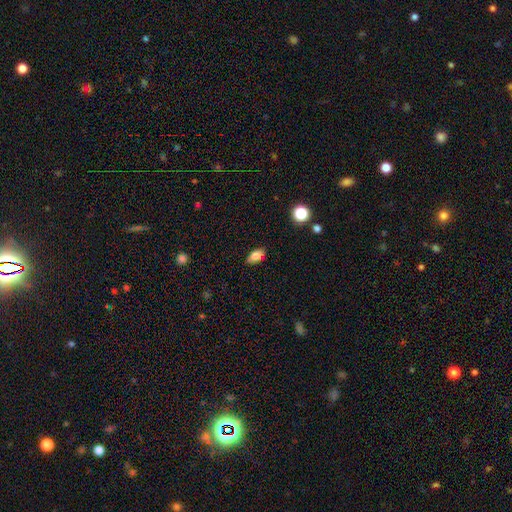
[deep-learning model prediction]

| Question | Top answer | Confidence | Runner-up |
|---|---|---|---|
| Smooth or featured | smooth | 82% | featured or disk (10%) |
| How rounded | in between | 89% | round (6%) |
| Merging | none | 86% | minor disturbance (11%) |